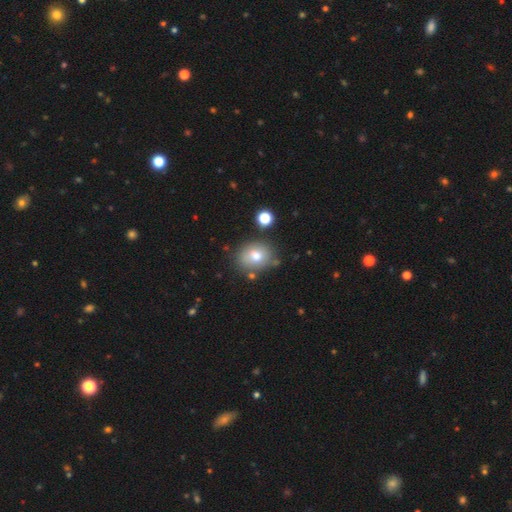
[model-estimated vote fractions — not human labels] A smooth galaxy with no disk features (75%) that is round (50%).

Vote fractions:
- Smooth or featured? smooth: 75% / featured or disk: 15% / star or artifact: 10%
- How rounded? round: 50% / in between: 49% / cigar-shaped: 1%
- Merging? none: 71% / minor disturbance: 16% / merger: 8% / major disturbance: 5%